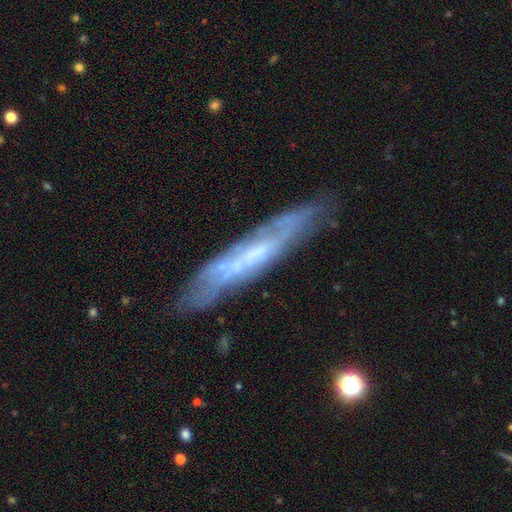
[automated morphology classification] This is likely a featured or disk galaxy (70%). It is possibly viewed edge-on (58%). Merging: likely none (77%).